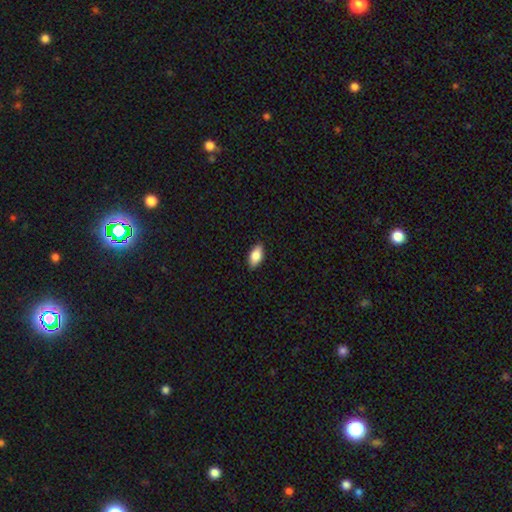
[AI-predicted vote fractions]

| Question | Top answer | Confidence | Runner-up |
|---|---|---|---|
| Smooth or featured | smooth | 84% | featured or disk (10%) |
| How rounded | in between | 91% | cigar-shaped (6%) |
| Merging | none | 89% | minor disturbance (9%) |